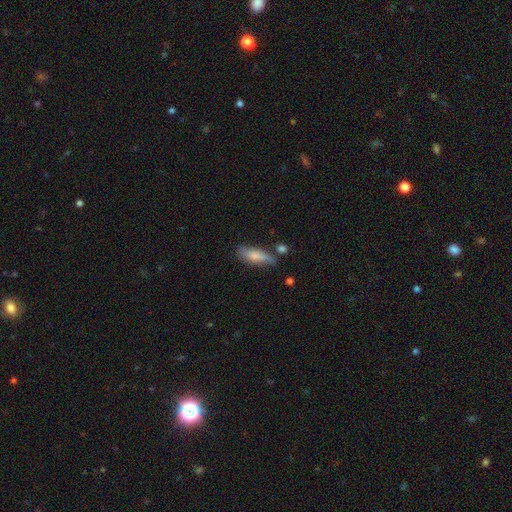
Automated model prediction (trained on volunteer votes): Overall: smooth (70%). How rounded: in between (56%; cigar-shaped 41%). Merging: none (58%; minor disturbance 27%).